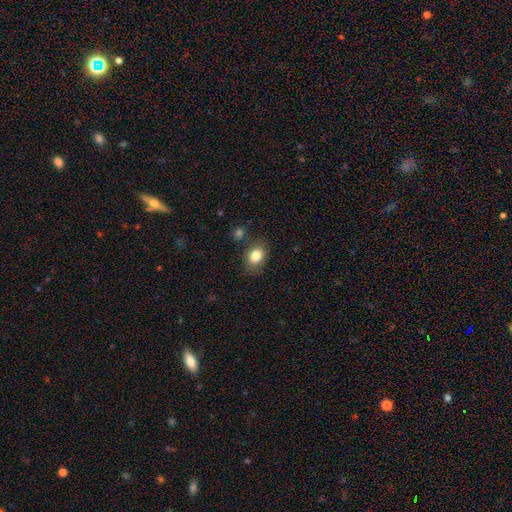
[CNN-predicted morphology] The model was most divided on "how rounded": in between: 67%, round: 32%, cigar-shaped: 1%. More confident: smooth or featured — smooth (84%); merging — none (77%).